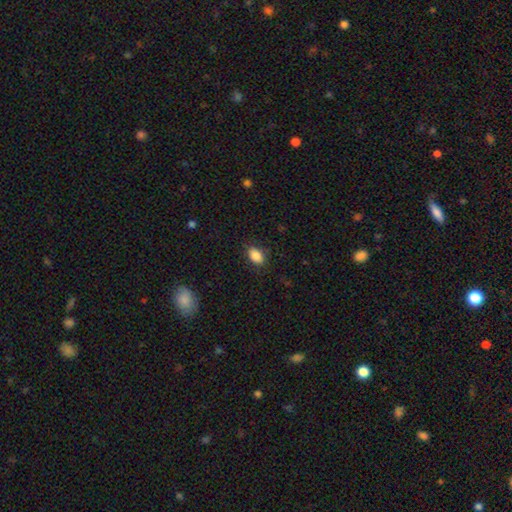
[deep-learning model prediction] Smooth or featured?
  - smooth: 87% *
  - star or artifact: 8%
  - featured or disk: 5%
How rounded?
  - in between: 85% *
  - round: 13%
  - cigar-shaped: 1%
Merging?
  - none: 83% *
  - minor disturbance: 12%
  - major disturbance: 3%
  - merger: 1%